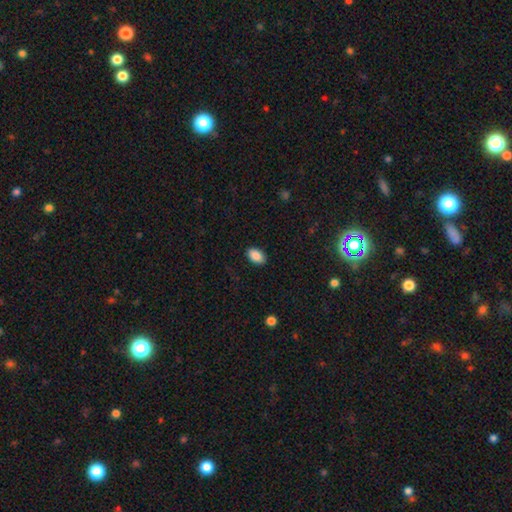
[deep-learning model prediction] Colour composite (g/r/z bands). It shows a smooth galaxy with no disk features (88%) that is in between round and cigar-shaped (92%). Merging: none (89%).